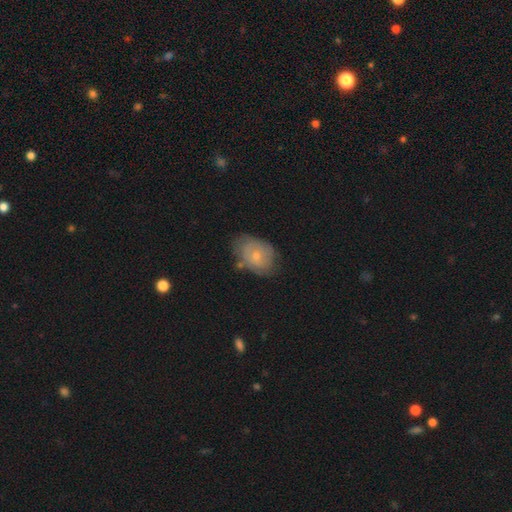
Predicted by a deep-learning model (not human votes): A smooth galaxy with no disk features (50%). Merging: none (59%).